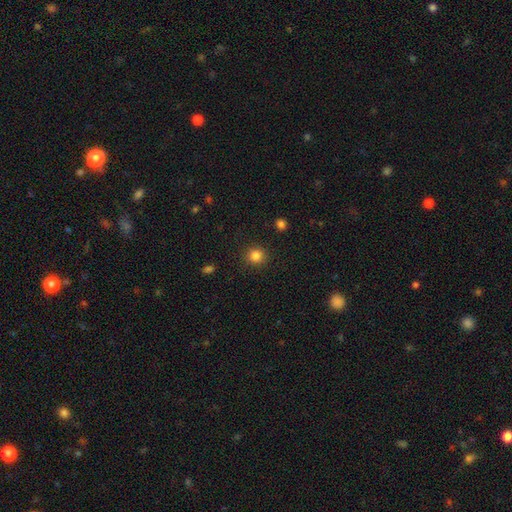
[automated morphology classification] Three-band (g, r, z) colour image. It shows a smooth galaxy with no disk features (84%) that is round (93%). Merging: none (91%).